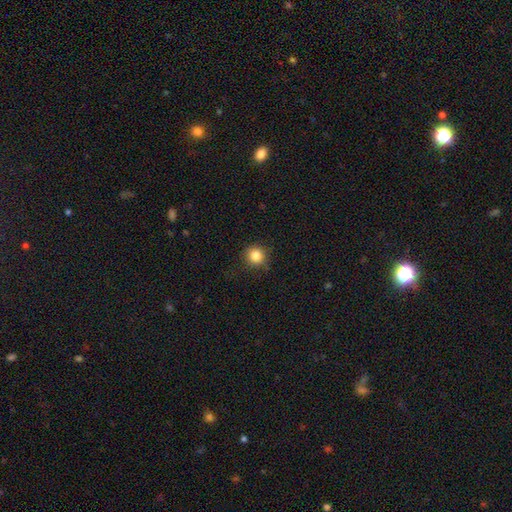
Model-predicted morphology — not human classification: smooth-or-featured: smooth: 83% | star or artifact: 11% | featured or disk: 5%
  how-rounded: round: 93% | in between: 6% | cigar-shaped: 1%
  merging: none: 86% | minor disturbance: 11% | major disturbance: 3% | merger: 1%